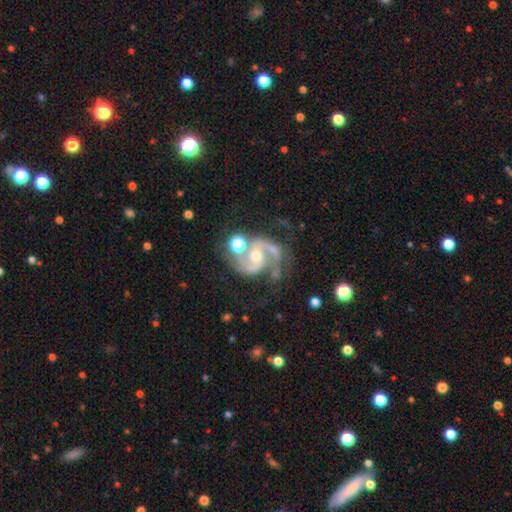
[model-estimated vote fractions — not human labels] smooth_or_featured: featured or disk (p=0.90) [alt: star or artifact p=0.06]
disk_edge_on: no (p=0.98) [alt: yes p=0.02]
bar: no (p=0.53) [alt: weak p=0.33]
has_spiral_arms: yes (p=0.98) [alt: no p=0.02]
spiral_winding: medium (p=0.61) [alt: tight p=0.23]
spiral_arm_count: 2 (p=0.86) [alt: 3 p=0.06]
bulge_size: moderate (p=0.63) [alt: small p=0.32]
merging: none (p=0.52) [alt: minor disturbance p=0.20]